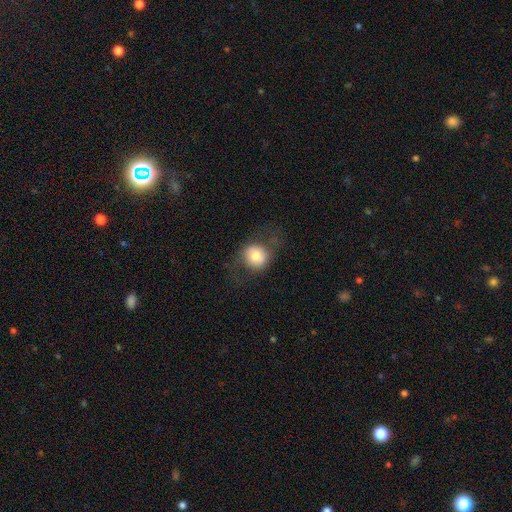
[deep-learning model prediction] Smooth or featured? Predicted: smooth (p=0.71). How rounded? Predicted: round (p=0.83). Merging? Predicted: none (p=0.68).